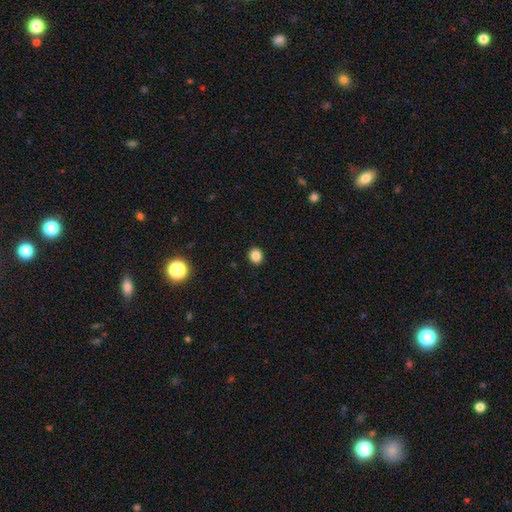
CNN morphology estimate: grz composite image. It shows a smooth galaxy with no disk features (86%) that is round (68%). Merging: none (92%).